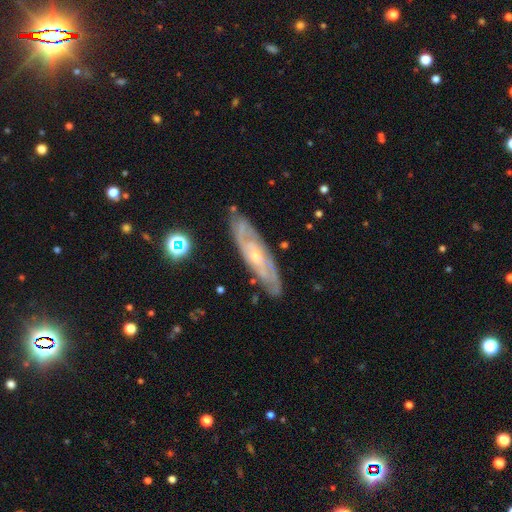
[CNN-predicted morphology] A featured or disk galaxy (81%) with no bar (63%), 2 (39%) tight (58%) spiral arms (91%) and a small central bulge (63%). Merging: none (80%).